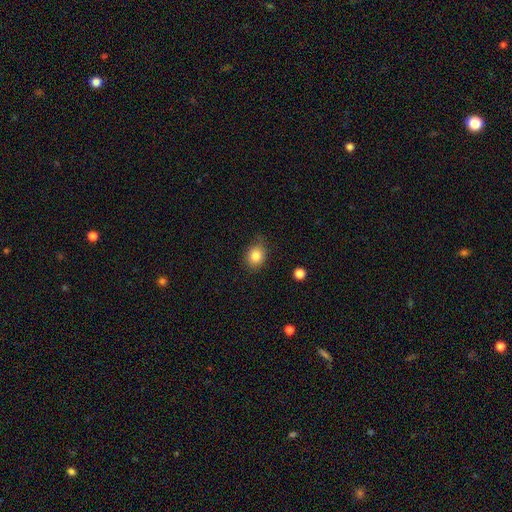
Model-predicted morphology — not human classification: smooth-or-featured: smooth: 83% | star or artifact: 10% | featured or disk: 7%
  how-rounded: round: 60% | in between: 39% | cigar-shaped: 1%
  merging: none: 71% | minor disturbance: 23% | major disturbance: 4% | merger: 2%